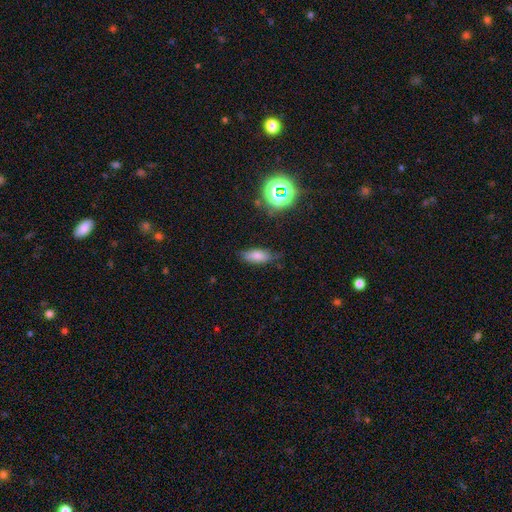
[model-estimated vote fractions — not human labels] Smooth or featured? smooth (75%)
How rounded? in between (77%)
Merging? none (73%)